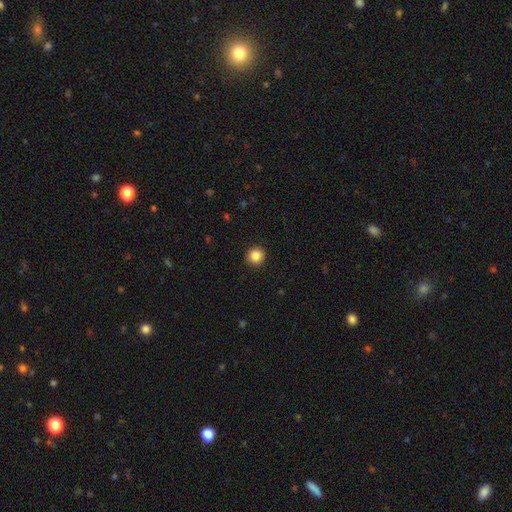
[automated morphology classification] A smooth galaxy with no disk features (86%) that is round (93%). Merging: none (92%).